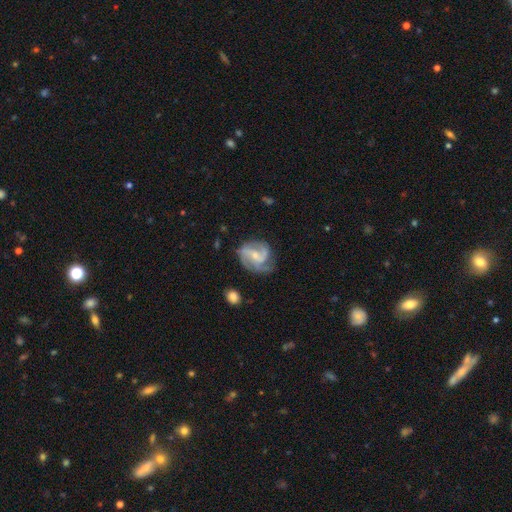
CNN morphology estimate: This appears to be a featured or disk galaxy (82%) with a weak bar (46%), 2 (41%) medium (50%) spiral arms (95%) and a small central bulge (59%). Merging: none (59%).